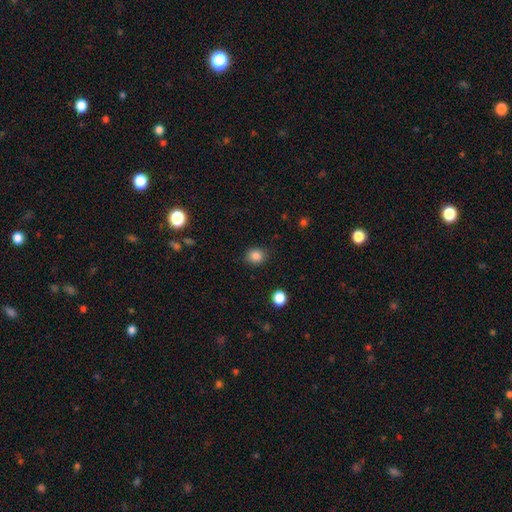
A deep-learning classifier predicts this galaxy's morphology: smooth 85%, star or artifact 11%, featured or disk 4%. Down the decision tree: how rounded — round (73%); merging — none (87%).